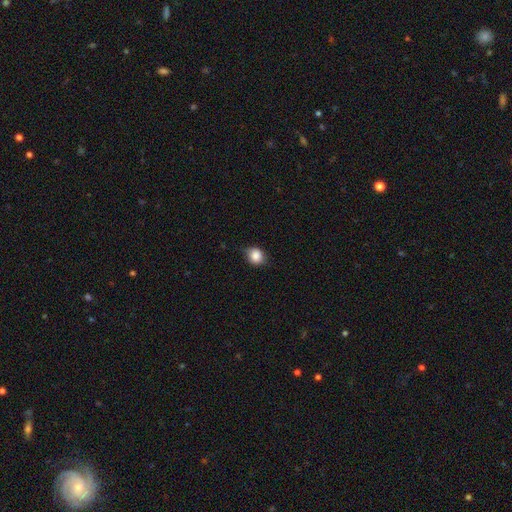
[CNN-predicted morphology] Smooth or featured: smooth — 85% (star or artifact — 9%)
How rounded: round — 71% (in between — 28%)
Merging: none — 73% (minor disturbance — 22%)